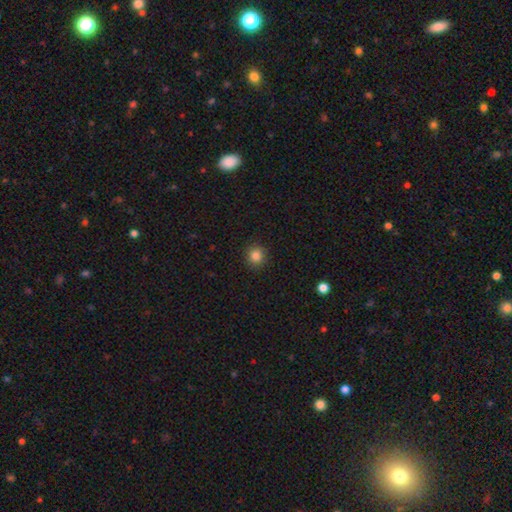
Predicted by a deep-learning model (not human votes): smooth-or-featured: smooth: 84% | star or artifact: 11% | featured or disk: 5%
  how-rounded: round: 92% | in between: 8% | cigar-shaped: 1%
  merging: none: 91% | minor disturbance: 6% | major disturbance: 2% | merger: 1%